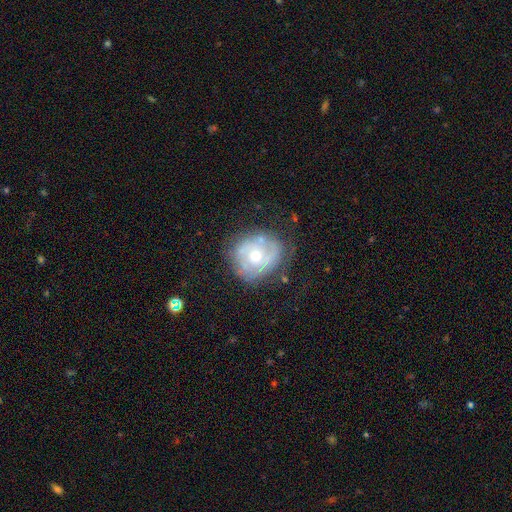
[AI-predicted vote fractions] Smooth or featured? Predicted: featured or disk (p=0.67). Edge-on disk? Predicted: no (p=0.97). Bar? Predicted: no (p=0.80). Spiral arms? Predicted: yes (p=0.62). Bulge size? Predicted: moderate (p=0.59). Merging? Predicted: none (p=0.65).